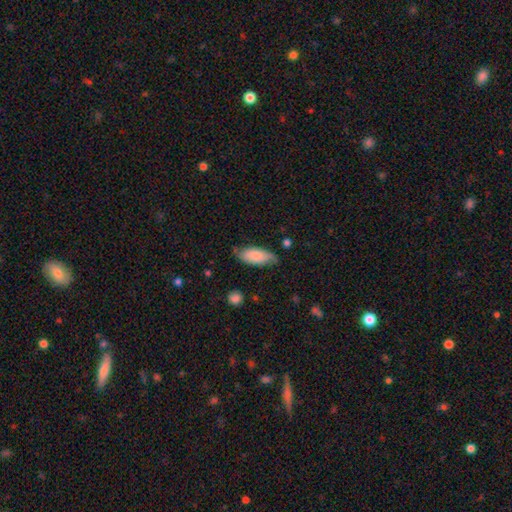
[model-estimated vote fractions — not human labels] Q: Smooth or featured?
A: smooth (80%); runner-up: featured or disk (14%)
Q: How rounded?
A: in between (86%); runner-up: cigar-shaped (12%)
Q: Merging?
A: none (68%); runner-up: minor disturbance (26%)